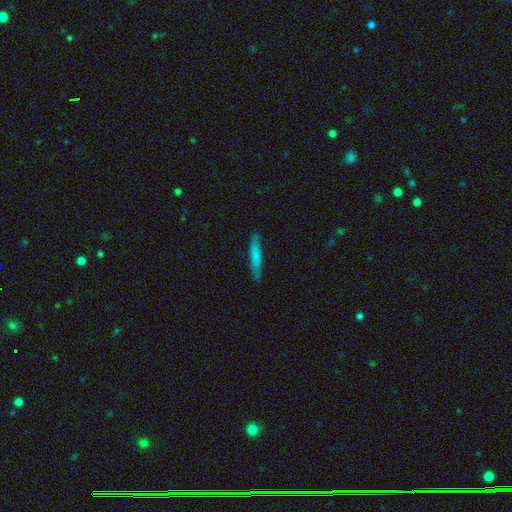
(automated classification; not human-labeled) Smooth or featured? Predicted: smooth (p=0.73). How rounded? Predicted: cigar-shaped (p=0.93). Merging? Predicted: none (p=0.87).